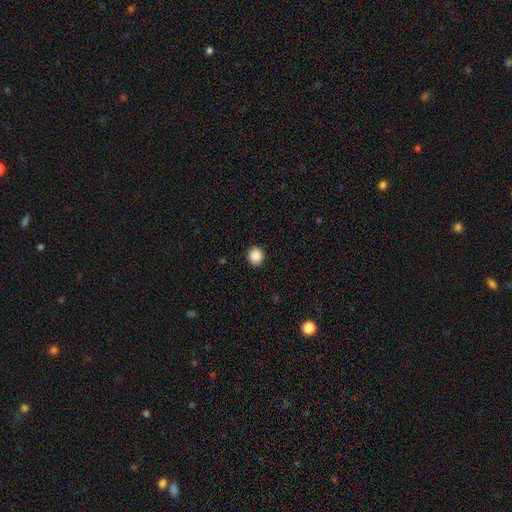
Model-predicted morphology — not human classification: Q: Smooth or featured?
A: smooth (88%); runner-up: star or artifact (9%)
Q: How rounded?
A: round (88%); runner-up: in between (11%)
Q: Merging?
A: none (91%); runner-up: minor disturbance (6%)